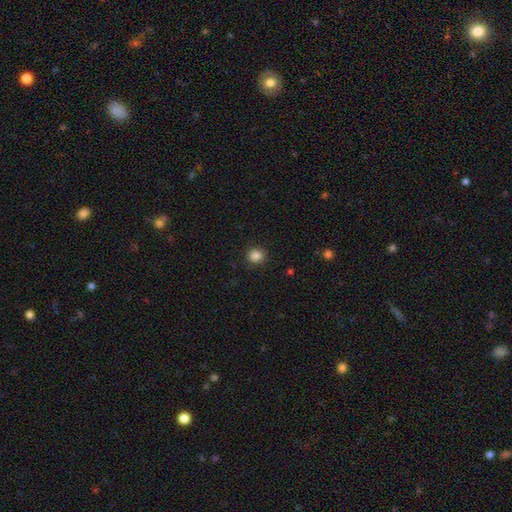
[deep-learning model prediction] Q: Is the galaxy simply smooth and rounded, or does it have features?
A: smooth — 85%.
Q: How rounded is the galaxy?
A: round — 84%.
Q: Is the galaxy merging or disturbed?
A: none — 90%.